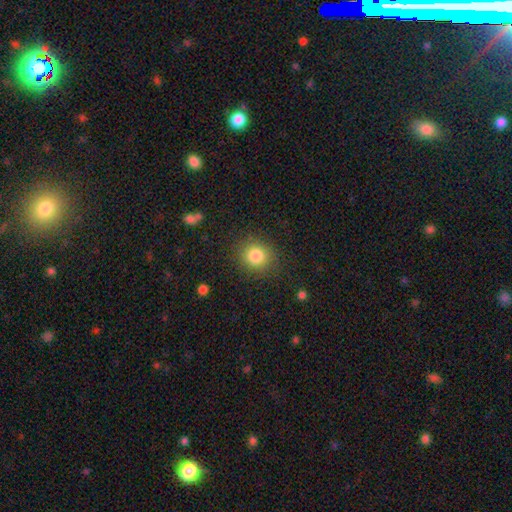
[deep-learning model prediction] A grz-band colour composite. It shows a smooth galaxy with no disk features (84%) that is round (81%). Merging: none (86%).